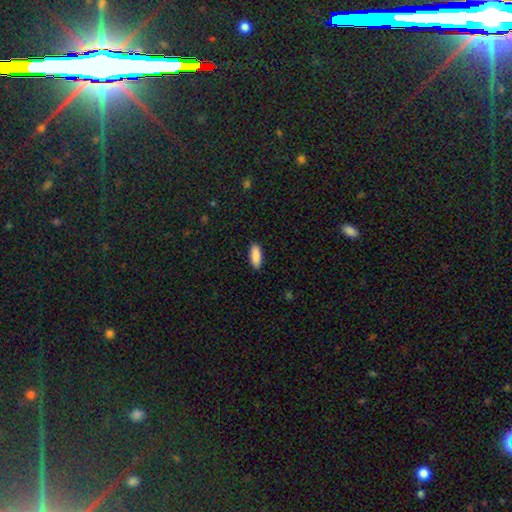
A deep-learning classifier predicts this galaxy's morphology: The model was most divided on "how rounded": in between: 73%, cigar-shaped: 26%, round: 2%. More confident: smooth or featured — smooth (90%); merging — none (90%).